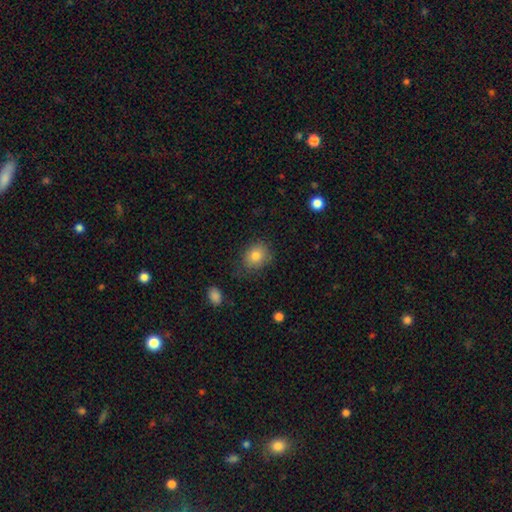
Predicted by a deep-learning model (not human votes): Smooth or featured? Predicted: smooth (p=0.82). How rounded? Predicted: round (p=0.59). Merging? Predicted: none (p=0.74).